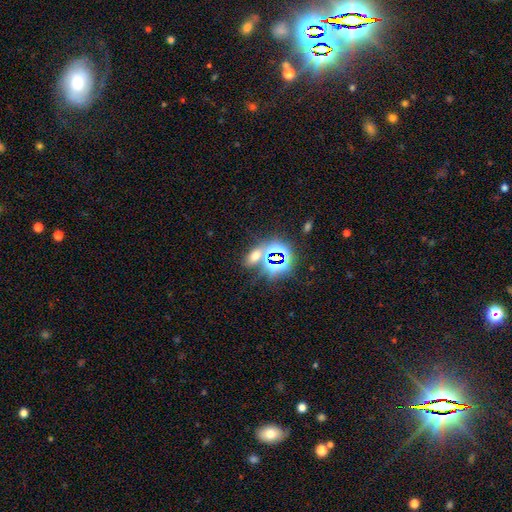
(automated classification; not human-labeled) smooth_or_featured: star or artifact (p=0.48) [alt: smooth p=0.42]